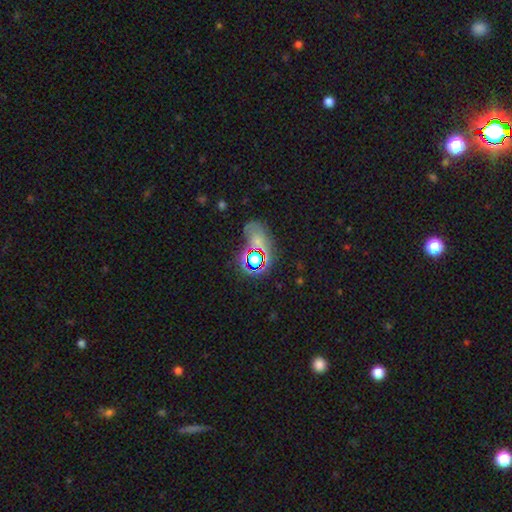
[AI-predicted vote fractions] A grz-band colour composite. It shows a star or artifact, not a galaxy (62%).